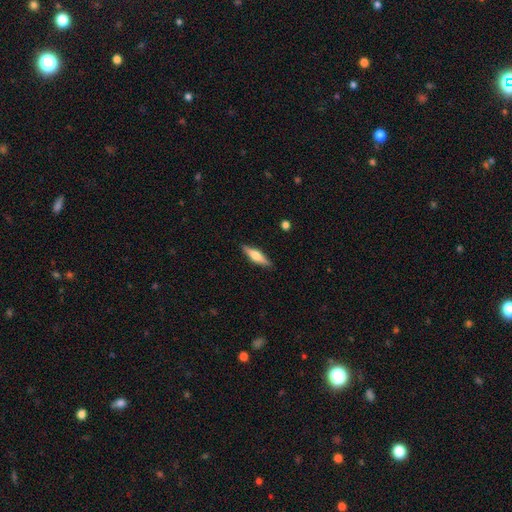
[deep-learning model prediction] smooth-or-featured: smooth: 48% | featured or disk: 46% | star or artifact: 6%
  merging: none: 89% | minor disturbance: 8% | major disturbance: 2% | merger: 1%